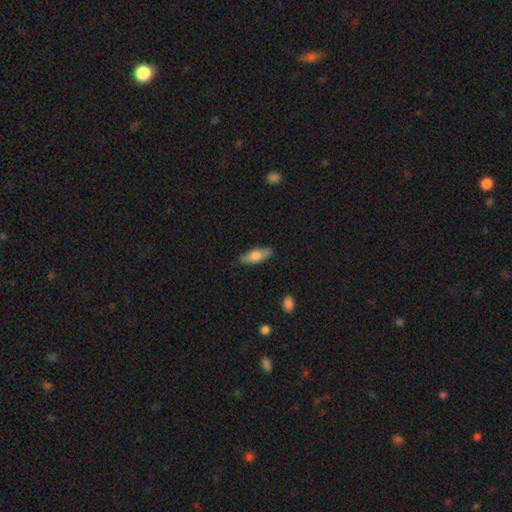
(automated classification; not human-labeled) This is likely a smooth galaxy (69%). How rounded: likely in between (70%). Merging: clearly none (86%).